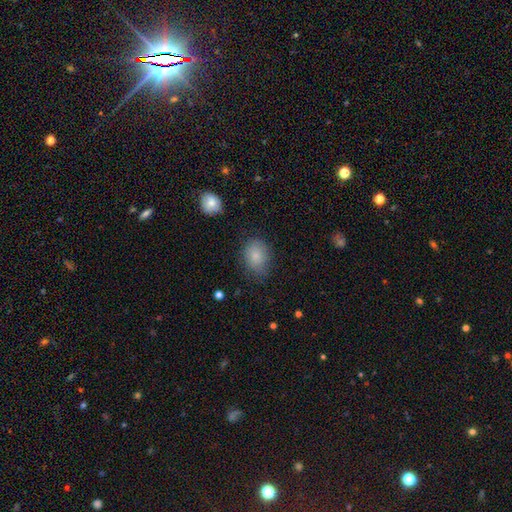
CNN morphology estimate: smooth-or-featured: smooth: 82% | star or artifact: 9% | featured or disk: 9%
  how-rounded: in between: 57% | round: 42% | cigar-shaped: 1%
  merging: none: 69% | minor disturbance: 23% | major disturbance: 6% | merger: 2%